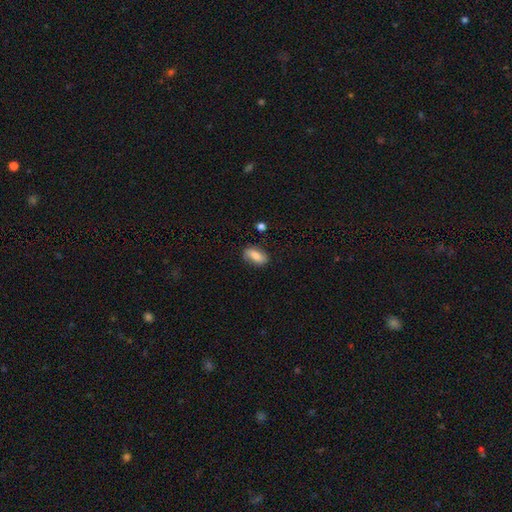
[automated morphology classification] smooth_or_featured: smooth (p=0.68) [alt: featured or disk p=0.24]
how_rounded: in between (p=0.86) [alt: cigar-shaped p=0.08]
merging: none (p=0.77) [alt: minor disturbance p=0.17]